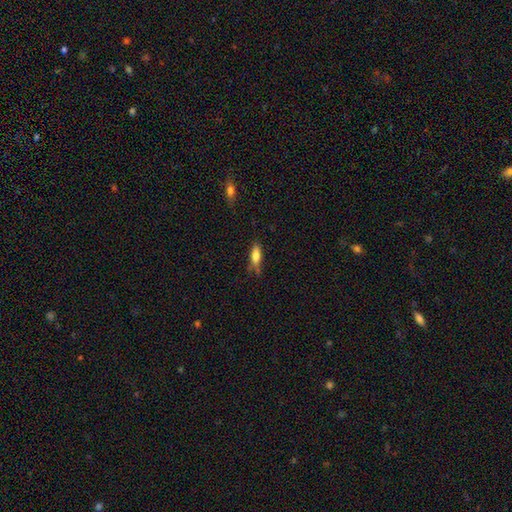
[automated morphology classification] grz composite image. It shows a smooth galaxy with no disk features (77%) that is in between round and cigar-shaped (54%). Merging: none (65%).